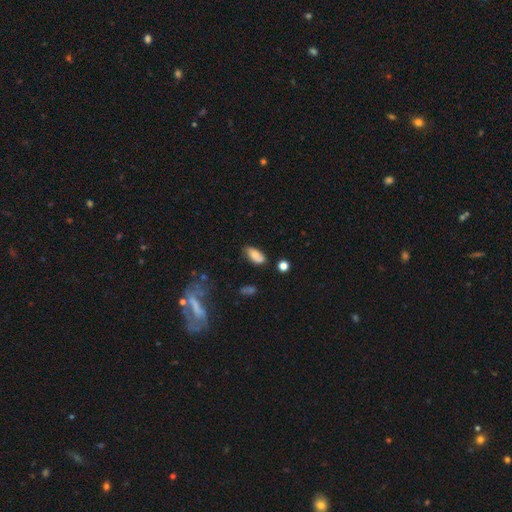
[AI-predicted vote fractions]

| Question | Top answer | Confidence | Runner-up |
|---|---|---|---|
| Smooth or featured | smooth | 70% | featured or disk (21%) |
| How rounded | in between | 88% | cigar-shaped (8%) |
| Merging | none | 65% | minor disturbance (22%) |